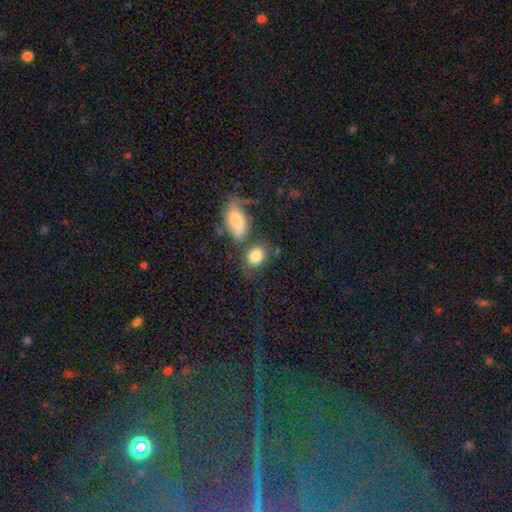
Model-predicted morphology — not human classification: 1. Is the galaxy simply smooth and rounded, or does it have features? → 83% smooth, 9% star or artifact, 8% featured or disk.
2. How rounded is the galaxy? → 57% in between, 41% round, 2% cigar-shaped.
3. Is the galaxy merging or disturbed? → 56% none, 22% merger, 15% minor disturbance, 7% major disturbance.